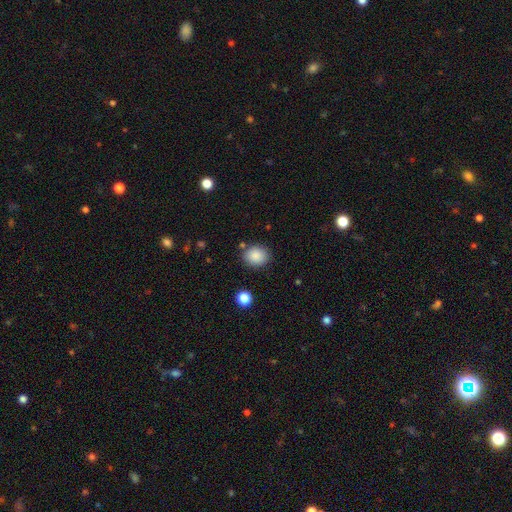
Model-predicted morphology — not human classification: smooth_or_featured: smooth (p=0.87) [alt: star or artifact p=0.09]
how_rounded: round (p=0.65) [alt: in between p=0.34]
merging: none (p=0.83) [alt: minor disturbance p=0.10]